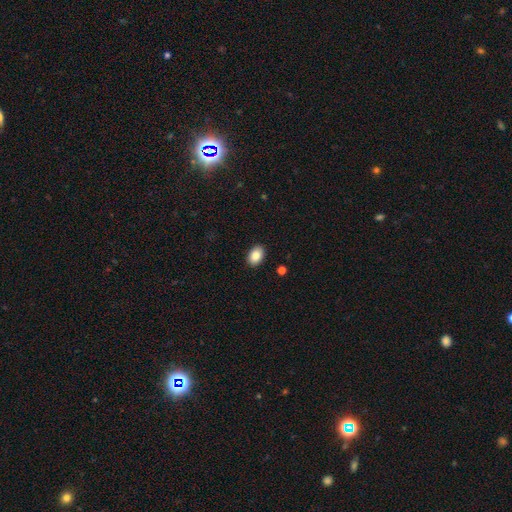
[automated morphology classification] type=smooth (87%); roundness=in between (86%); merging=none (90%).